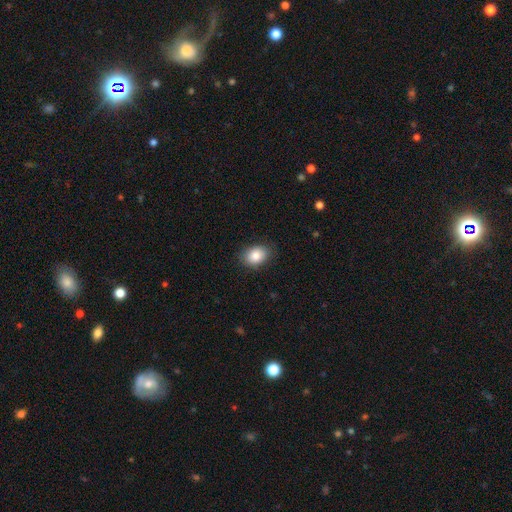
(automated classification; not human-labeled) Smooth or featured? smooth (84%)
How rounded? in between (73%)
Merging? none (84%)